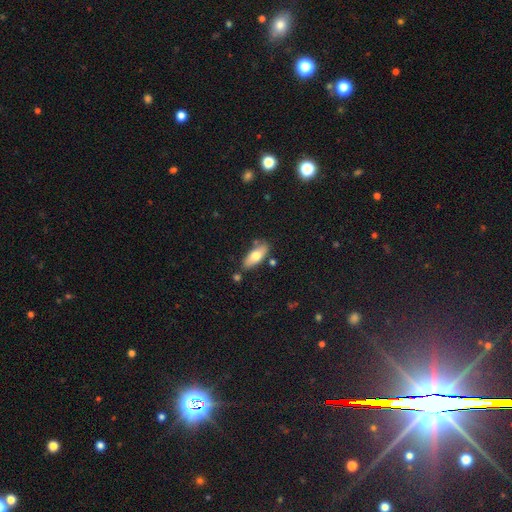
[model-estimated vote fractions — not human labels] A smooth galaxy with no disk features (67%) that is in between round and cigar-shaped (75%).

Vote fractions:
- Smooth or featured? smooth: 67% / featured or disk: 27% / star or artifact: 6%
- How rounded? in between: 75% / cigar-shaped: 23% / round: 3%
- Merging? none: 75% / minor disturbance: 16% / merger: 6% / major disturbance: 3%